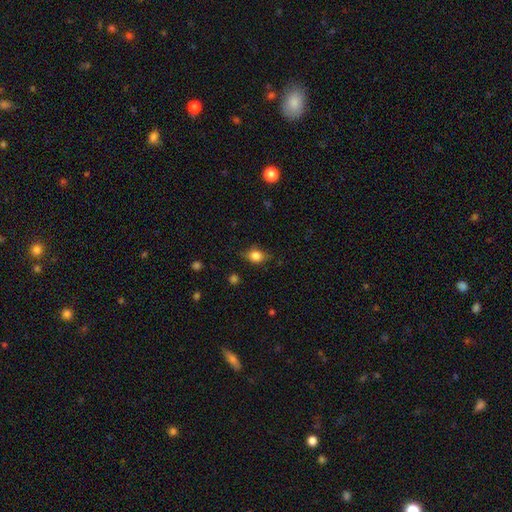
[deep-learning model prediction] Smooth or featured: smooth — 79% (featured or disk — 11%)
How rounded: in between — 53% (round — 44%)
Merging: none — 73% (minor disturbance — 21%)